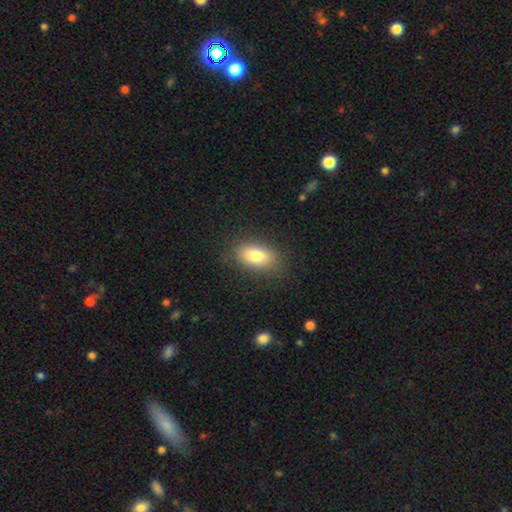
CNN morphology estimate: This is clearly a smooth galaxy (81%). How rounded: clearly in between (88%). Merging: clearly none (83%).